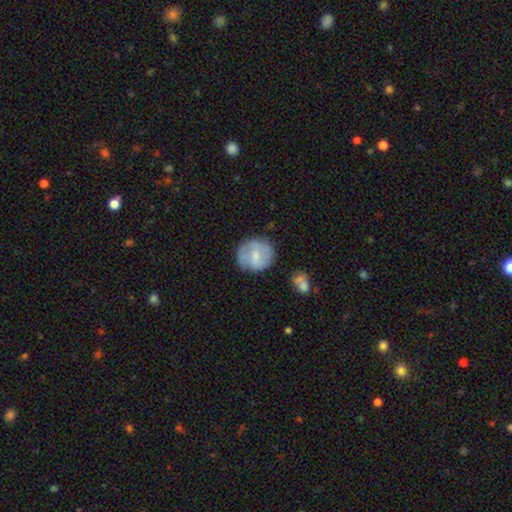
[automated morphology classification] The model was most divided on "smooth or featured": smooth: 48%, featured or disk: 45%, star or artifact: 6%. More confident: merging — none (72%).